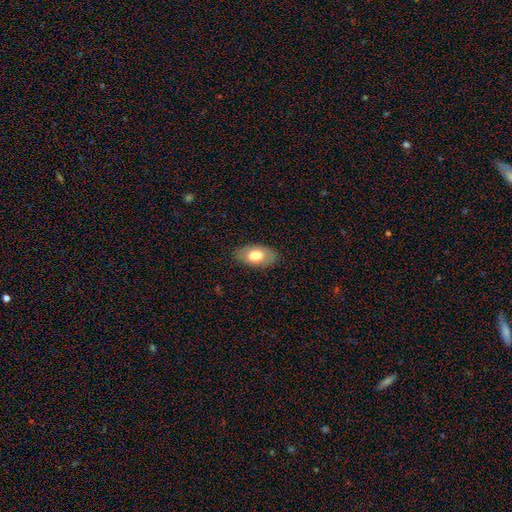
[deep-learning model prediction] Q: Smooth or featured?
A: smooth (73%); runner-up: featured or disk (20%)
Q: How rounded?
A: in between (93%); runner-up: round (5%)
Q: Merging?
A: none (84%); runner-up: minor disturbance (12%)